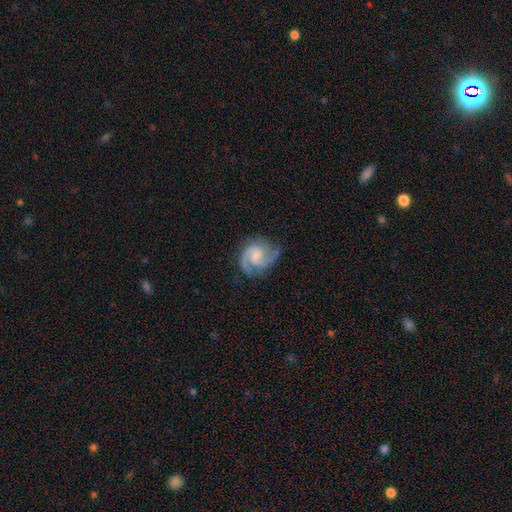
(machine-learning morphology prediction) smooth-or-featured: featured or disk: 87% | smooth: 8% | star or artifact: 5%
  disk-edge-on: no: 98% | yes: 2%
    bar: no: 53% | weak: 41% | strong: 6%
    has-spiral-arms: yes: 98% | no: 2%
      spiral-winding: medium: 51% | tight: 38% | loose: 11%
      spiral-arm-count: 2: 77% | 3: 11% | can't tell: 5% | 1: 3% | 4: 2% | more than 4: 2%
    bulge-size: small: 35% (tied) | moderate: 35% (tied) | none: 23% | large: 6% | dominant: 1%
  merging: none: 72% | minor disturbance: 19% | major disturbance: 8% | merger: 1%